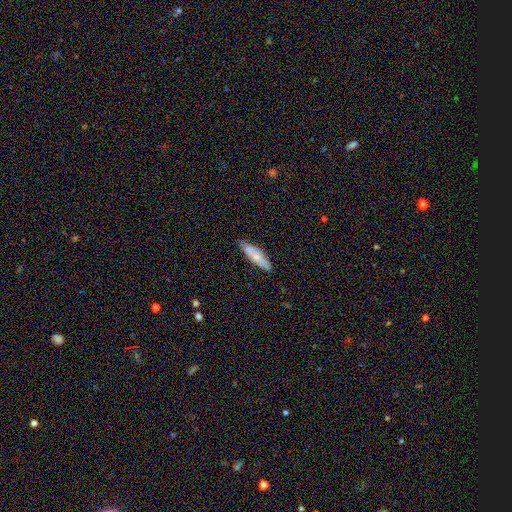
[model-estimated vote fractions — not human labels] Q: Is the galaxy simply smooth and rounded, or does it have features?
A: smooth — 67%.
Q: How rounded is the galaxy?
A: cigar-shaped — 67%.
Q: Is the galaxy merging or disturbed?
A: none — 84%.